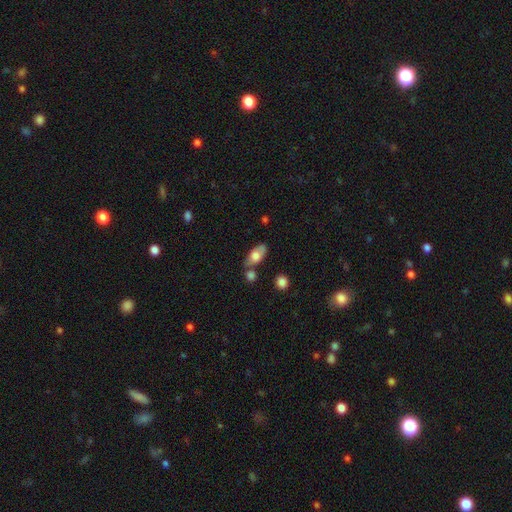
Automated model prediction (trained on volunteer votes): Smooth or featured?
  - smooth: 67% *
  - featured or disk: 26%
  - star or artifact: 7%
How rounded?
  - in between: 86% *
  - cigar-shaped: 9%
  - round: 5%
Merging?
  - none: 60% *
  - minor disturbance: 19%
  - merger: 15%
  - major disturbance: 6%